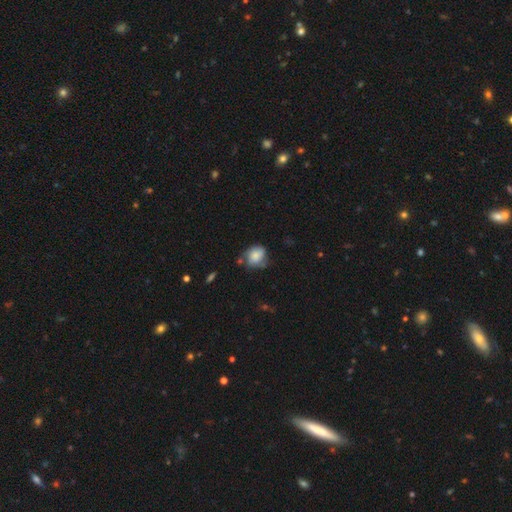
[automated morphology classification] Smooth or featured? Predicted: smooth (p=0.74). How rounded? Predicted: round (p=0.58). Merging? Predicted: none (p=0.46).